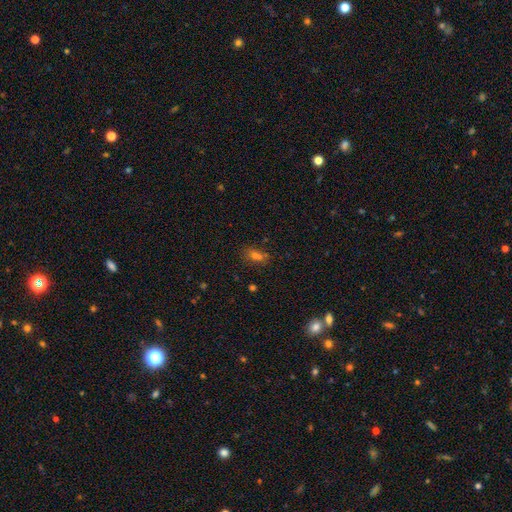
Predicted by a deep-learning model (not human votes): smooth 55%, star or artifact 31%, featured or disk 14%. Down the decision tree: how rounded — in between (67%); merging — none (61%).